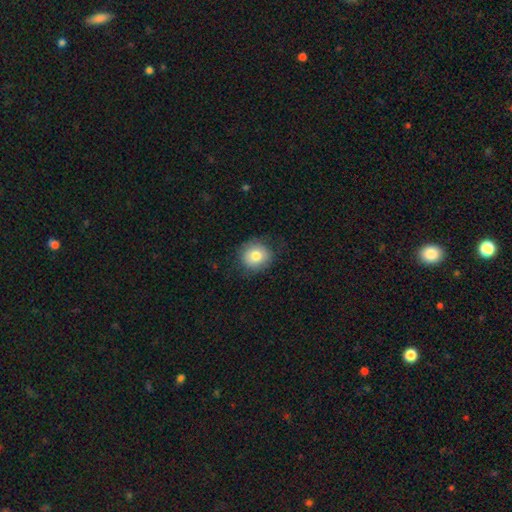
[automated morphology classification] This appears to be a smooth galaxy with no disk features (78%) that is round (83%). Merging: none (80%).